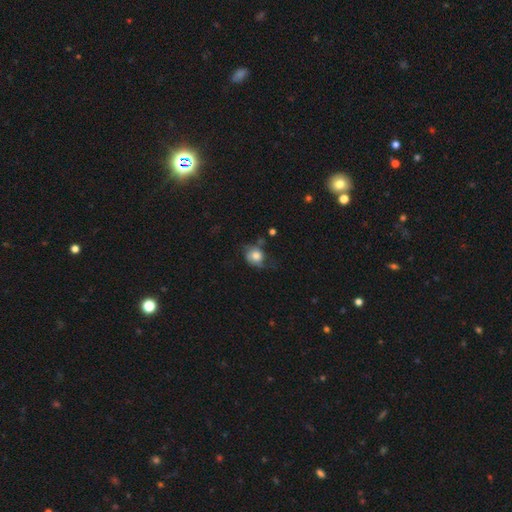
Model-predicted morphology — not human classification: Smooth or featured?
  - smooth: 61% *
  - featured or disk: 30%
  - star or artifact: 9%
How rounded?
  - round: 68% *
  - in between: 31%
  - cigar-shaped: 1%
Merging?
  - none: 42% *
  - minor disturbance: 31%
  - major disturbance: 23%
  - merger: 4%